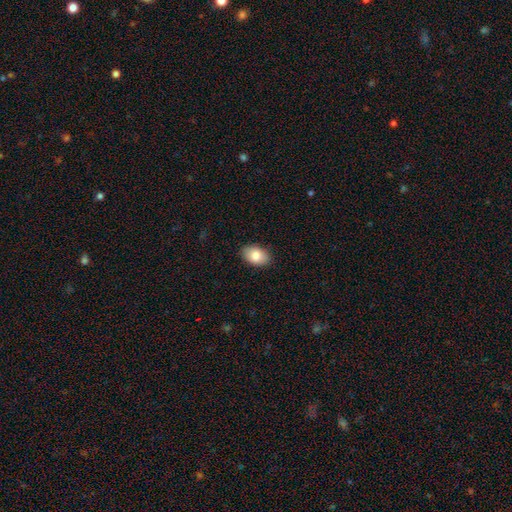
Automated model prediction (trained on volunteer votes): Smooth or featured: smooth — 85% (featured or disk — 8%)
How rounded: in between — 88% (round — 11%)
Merging: none — 88% (minor disturbance — 9%)